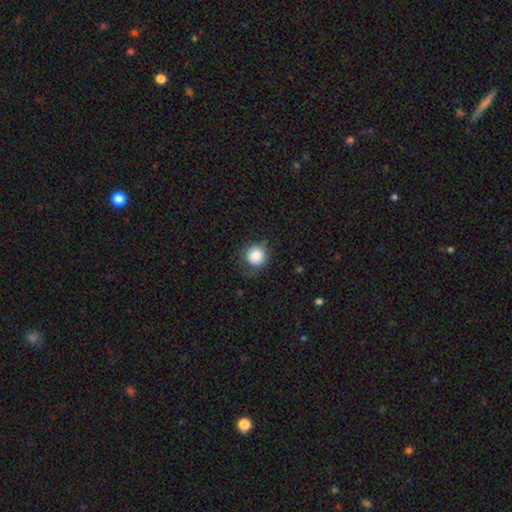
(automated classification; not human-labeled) This appears to be a smooth galaxy with no disk features (83%) that is round (90%). Merging: none (71%).